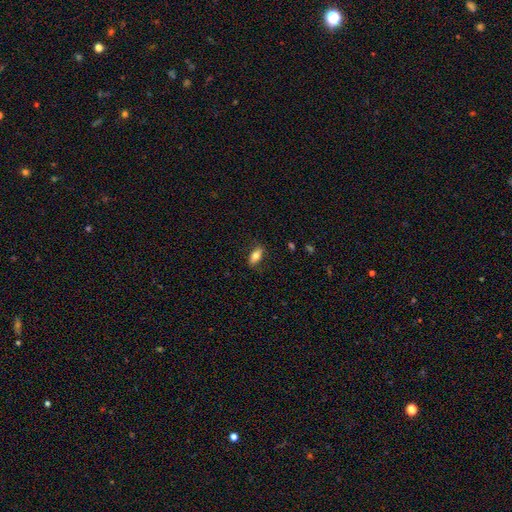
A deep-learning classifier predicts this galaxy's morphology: smooth 77%, featured or disk 16%, star or artifact 7%. Down the decision tree: how rounded — in between (82%); merging — none (80%).